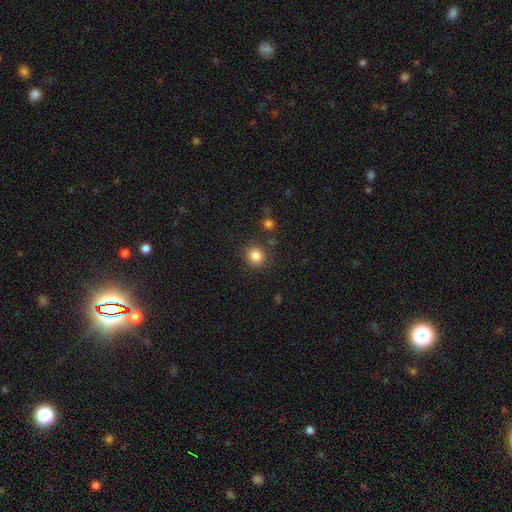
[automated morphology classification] type=smooth (84%); roundness=round (84%); merging=none (86%).